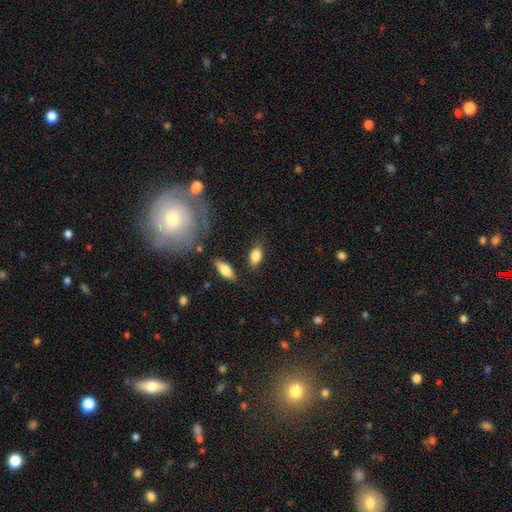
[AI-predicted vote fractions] Q: Smooth or featured?
A: smooth (83%); runner-up: featured or disk (10%)
Q: How rounded?
A: in between (88%); runner-up: round (6%)
Q: Merging?
A: none (77%); runner-up: minor disturbance (14%)